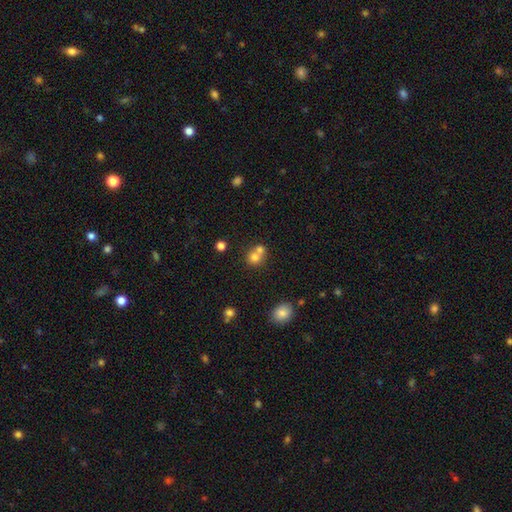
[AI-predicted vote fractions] smooth-or-featured: smooth: 72% | featured or disk: 14% | star or artifact: 13%
  how-rounded: round: 82% | in between: 17% | cigar-shaped: 1%
  merging: merger: 56% | none: 36% | minor disturbance: 6% | major disturbance: 2%